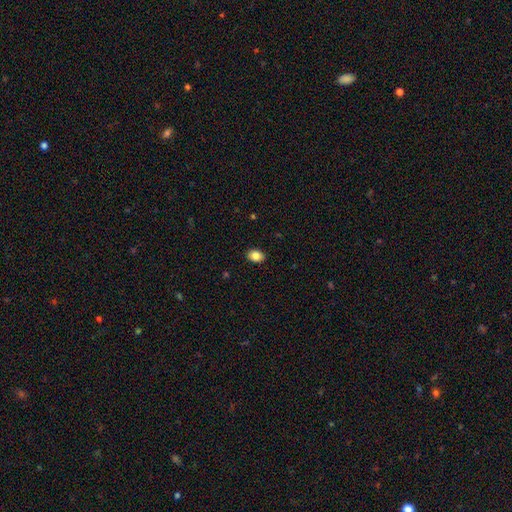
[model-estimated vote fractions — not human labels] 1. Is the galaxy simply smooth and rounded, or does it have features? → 86% smooth, 9% star or artifact, 6% featured or disk.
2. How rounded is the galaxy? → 73% in between, 26% round, 1% cigar-shaped.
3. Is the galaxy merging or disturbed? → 90% none, 7% minor disturbance, 2% major disturbance, 1% merger.